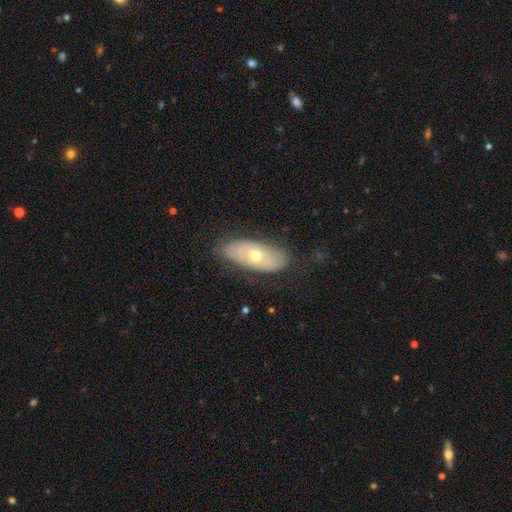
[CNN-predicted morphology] This appears to be a featured or disk galaxy (53%). Merging: none (75%).